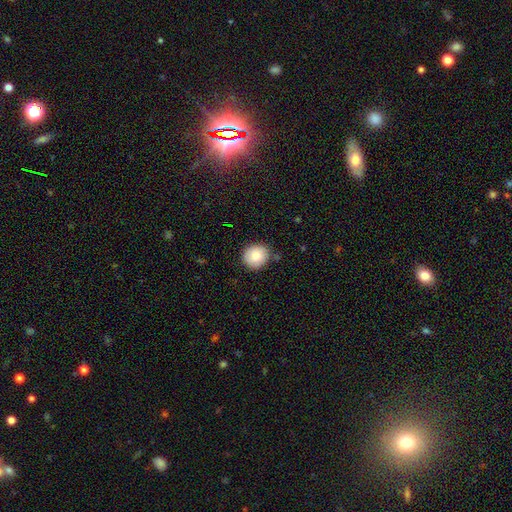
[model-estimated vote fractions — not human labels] A smooth galaxy with no disk features (84%) that is round (85%). Merging: none (83%).